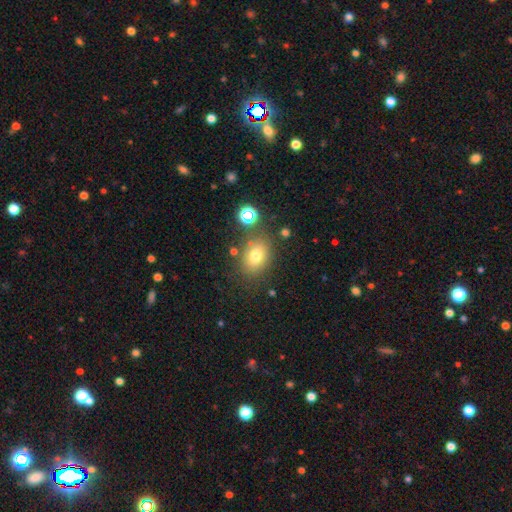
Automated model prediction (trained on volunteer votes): Q: Smooth or featured?
A: smooth (75%); runner-up: star or artifact (14%)
Q: How rounded?
A: in between (63%); runner-up: round (36%)
Q: Merging?
A: none (76%); runner-up: minor disturbance (13%)